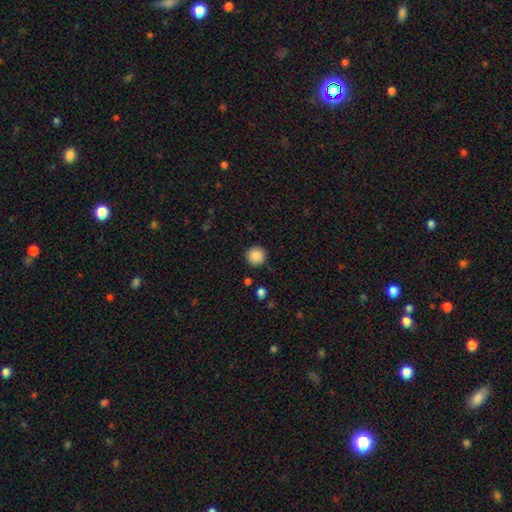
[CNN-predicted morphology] Q: Smooth or featured?
A: smooth (88%); runner-up: star or artifact (9%)
Q: How rounded?
A: round (95%); runner-up: in between (4%)
Q: Merging?
A: none (89%); runner-up: minor disturbance (7%)